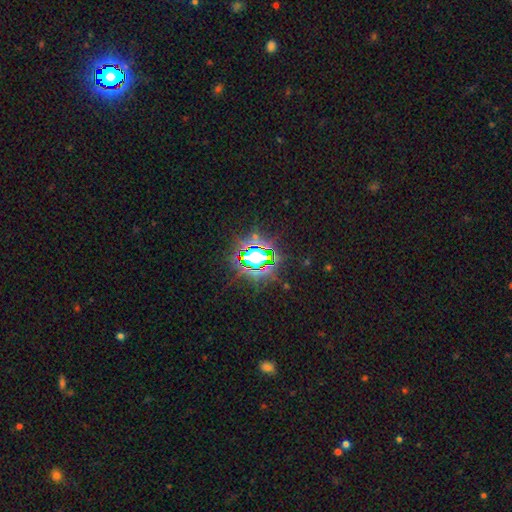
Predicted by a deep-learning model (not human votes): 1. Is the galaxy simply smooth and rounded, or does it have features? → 81% star or artifact, 12% smooth, 7% featured or disk.